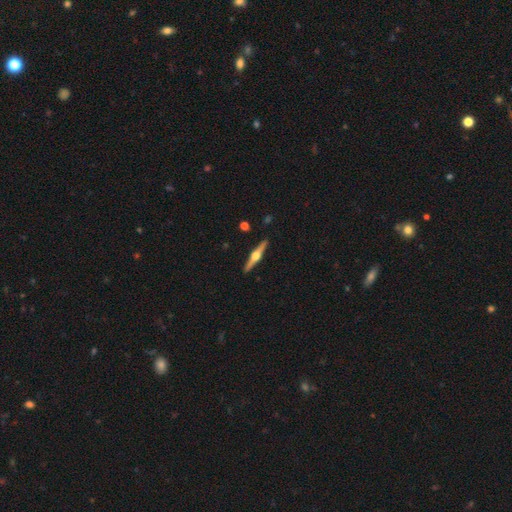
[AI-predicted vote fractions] The model was most divided on "smooth or featured": featured or disk: 80%, smooth: 15%, star or artifact: 5%. More confident: edge-on disk — yes (98%); edge-on bulge — rounded (96%); merging — none (92%).